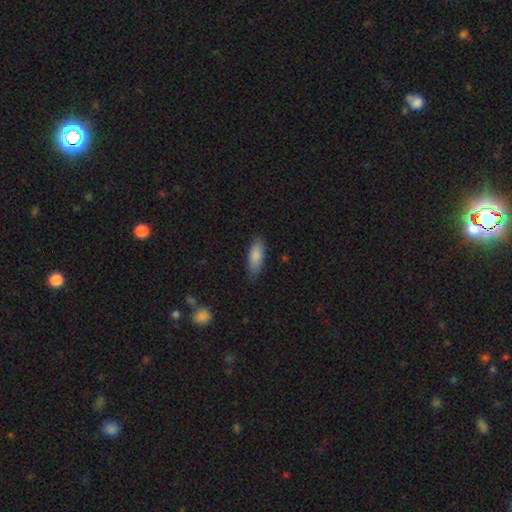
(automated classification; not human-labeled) The model was most divided on "how rounded": in between: 72%, cigar-shaped: 26%, round: 2%. More confident: smooth or featured — smooth (85%); merging — none (77%).